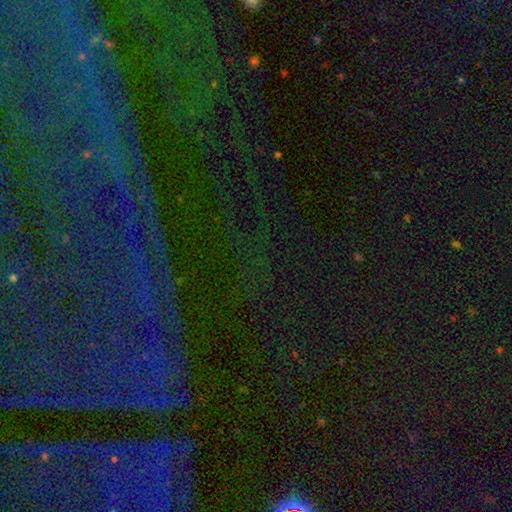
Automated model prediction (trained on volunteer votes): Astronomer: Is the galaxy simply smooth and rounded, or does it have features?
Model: star or artifact — 75%.